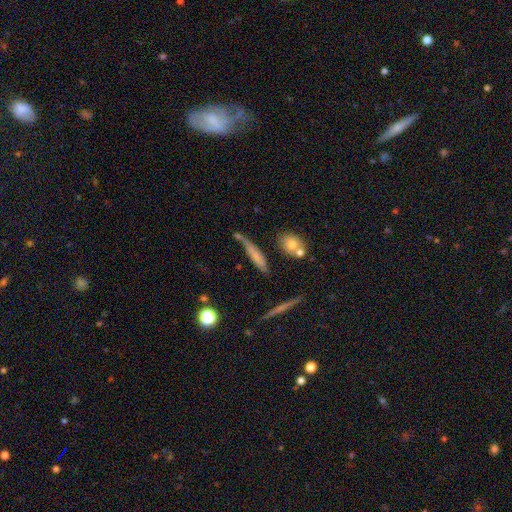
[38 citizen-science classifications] This is possibly a smooth galaxy (53%). How rounded: clearly cigar-shaped (80%). Merging: marginally merger (35%).